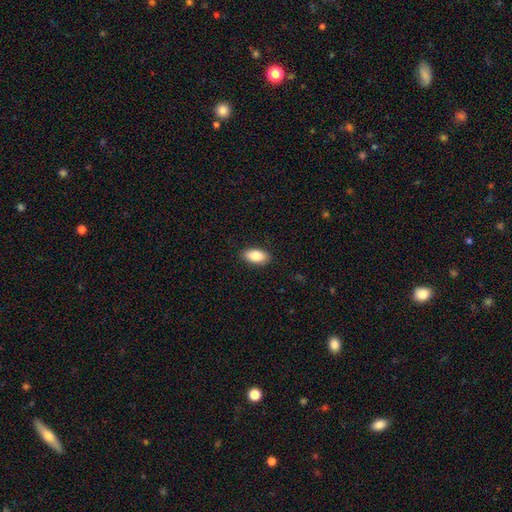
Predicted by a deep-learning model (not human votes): smooth 86%, featured or disk 8%, star or artifact 7%. Down the decision tree: how rounded — in between (92%); merging — none (89%).